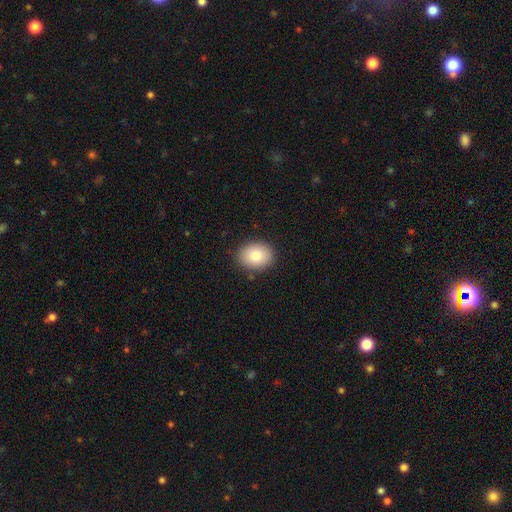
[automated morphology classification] smooth_or_featured: smooth (p=0.82) [alt: featured or disk p=0.10]
how_rounded: in between (p=0.56) [alt: round p=0.43]
merging: none (p=0.87) [alt: minor disturbance p=0.09]